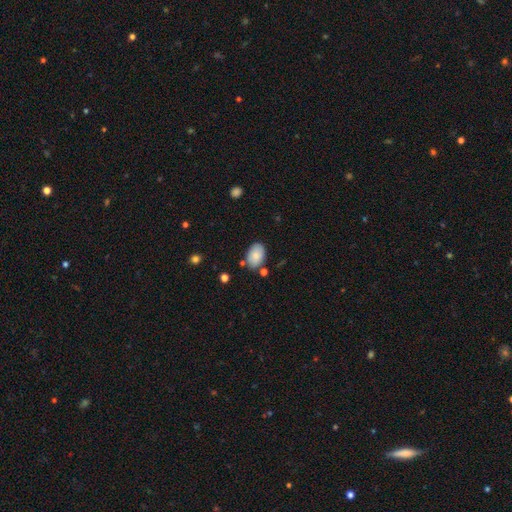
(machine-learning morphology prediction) type=smooth (83%); roundness=in between (90%); merging=none (78%).